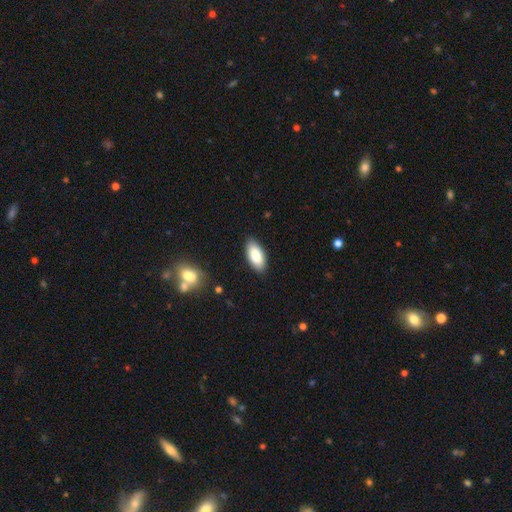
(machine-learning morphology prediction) smooth 88%, star or artifact 6%, featured or disk 6%. Down the decision tree: how rounded — in between (91%); merging — none (88%).